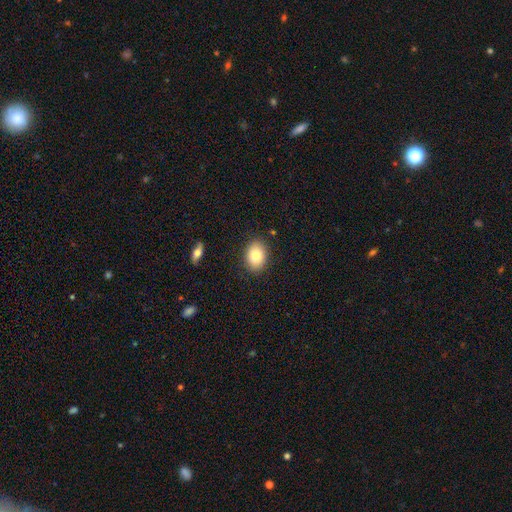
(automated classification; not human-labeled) The model was most divided on "how rounded": in between: 76%, round: 23%, cigar-shaped: 1%. More confident: merging — none (87%); smooth or featured — smooth (81%).